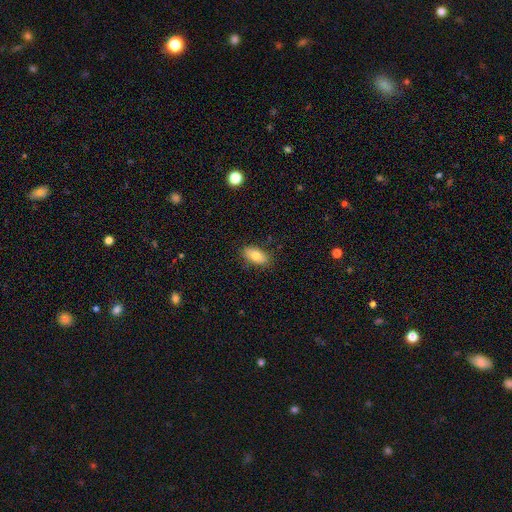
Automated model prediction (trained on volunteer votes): This appears to be a smooth galaxy with no disk features (79%) that is in between round and cigar-shaped (89%). Merging: none (84%).